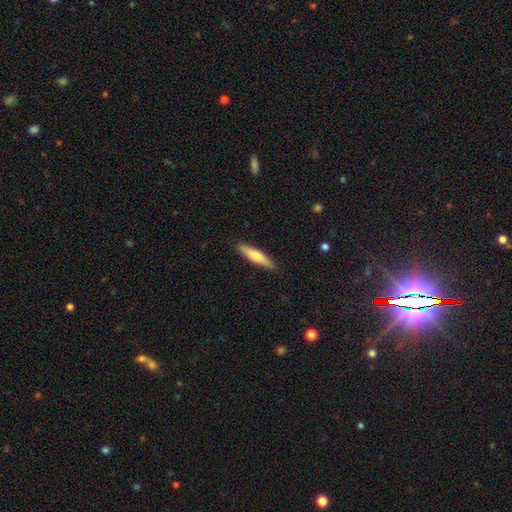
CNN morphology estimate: Overall: smooth (65%; featured or disk 29%). How rounded: cigar-shaped (83%). Merging: none (90%).